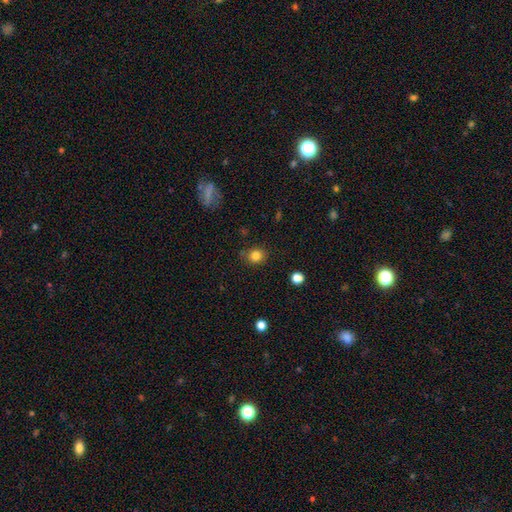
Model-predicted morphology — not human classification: Smooth or featured? smooth (82%)
How rounded? round (80%)
Merging? none (80%)